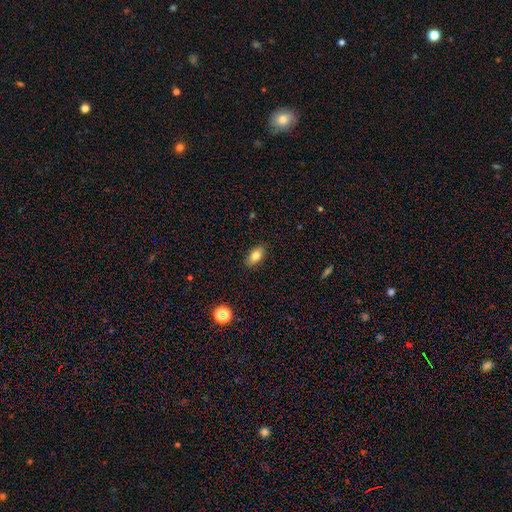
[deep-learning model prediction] A smooth galaxy with no disk features (79%) that is in between round and cigar-shaped (87%). Merging: none (87%).